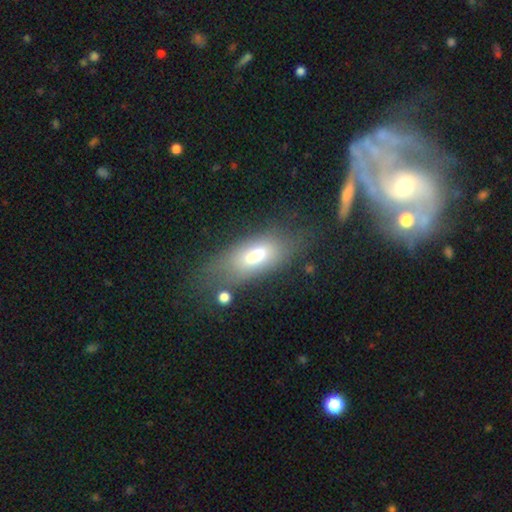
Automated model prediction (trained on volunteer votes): Smooth or featured: smooth — 67% (featured or disk — 23%)
How rounded: in between — 78% (cigar-shaped — 19%)
Merging: none — 60% (minor disturbance — 20%)